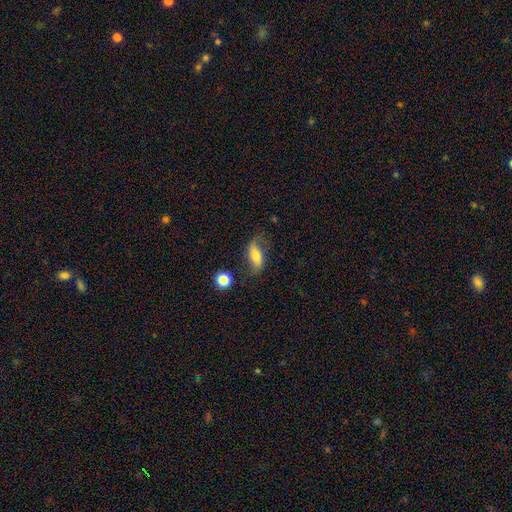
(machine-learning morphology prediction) A smooth galaxy with no disk features (48%).

Vote fractions:
- Smooth or featured? smooth: 48% / featured or disk: 43% / star or artifact: 9%
- Merging? none: 63% / minor disturbance: 22% / major disturbance: 11% / merger: 4%